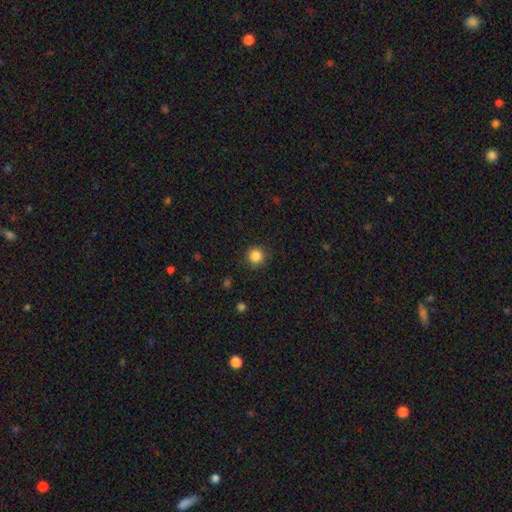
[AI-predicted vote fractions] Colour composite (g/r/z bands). It shows a smooth galaxy with no disk features (85%) that is round (94%). Merging: none (90%).